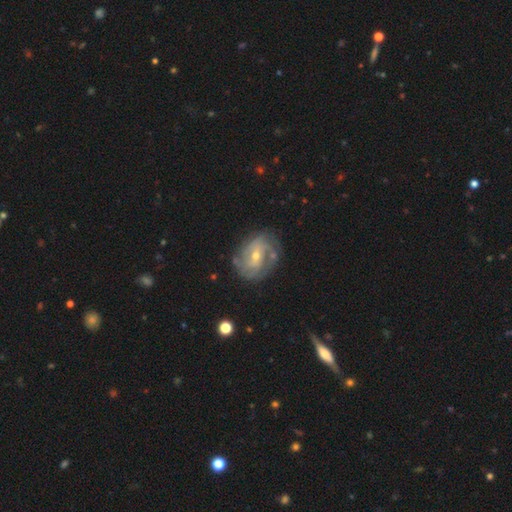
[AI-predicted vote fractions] Overall: featured or disk (81%). Edge-on disk: no (97%). Bar: weak (43%, tied with no). Spiral arms: yes (89%). Spiral arm count: 2 (34%; can't tell 33%). Spiral winding: tight (50%; medium 37%). Bulge size: small (58%; moderate 39%). Merging: none (70%).